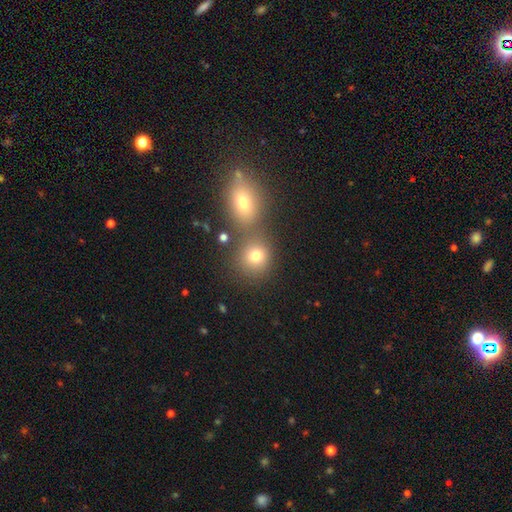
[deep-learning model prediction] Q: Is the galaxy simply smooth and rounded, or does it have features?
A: smooth — 77%.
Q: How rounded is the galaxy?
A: round — 81%.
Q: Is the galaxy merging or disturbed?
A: none — 58%.